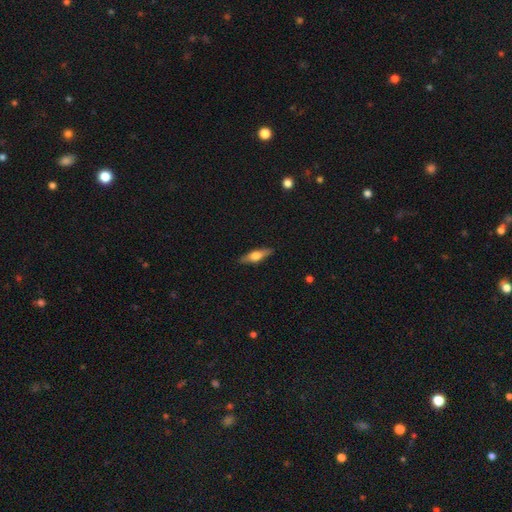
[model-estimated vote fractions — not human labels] A featured or disk galaxy (50%). Merging: none (88%).